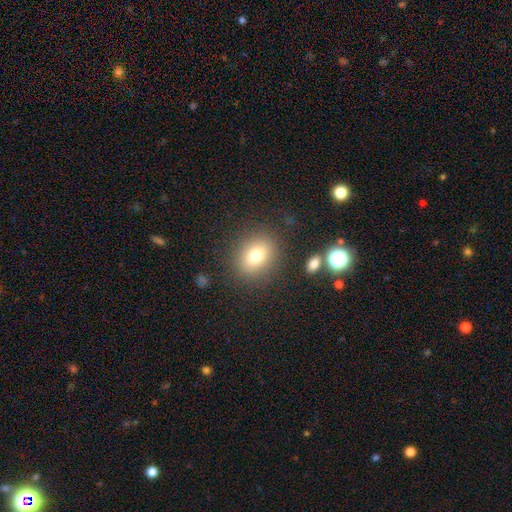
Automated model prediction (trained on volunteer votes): This appears to be a smooth galaxy with no disk features (74%) that is round (55%). Merging: none (84%).